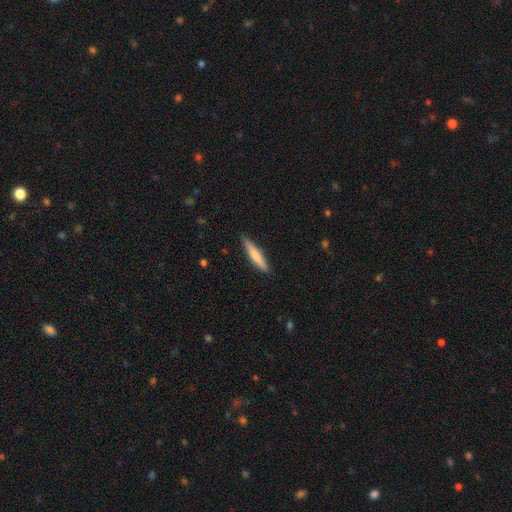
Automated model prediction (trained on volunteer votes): smooth_or_featured: smooth (p=0.73) [alt: featured or disk p=0.21]
how_rounded: cigar-shaped (p=0.89) [alt: in between p=0.10]
merging: none (p=0.87) [alt: minor disturbance p=0.10]